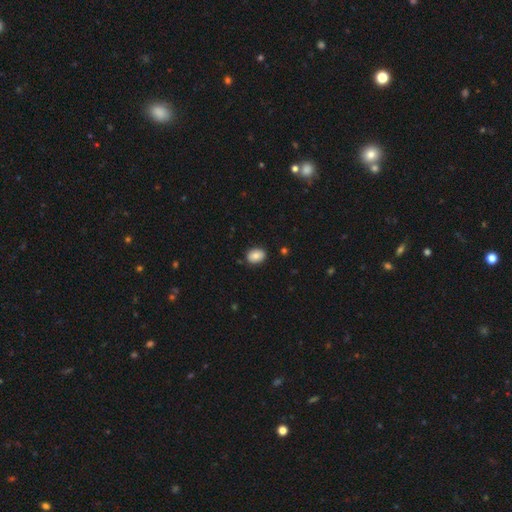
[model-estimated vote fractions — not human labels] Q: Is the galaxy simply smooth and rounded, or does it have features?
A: smooth — 83%.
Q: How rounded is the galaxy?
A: in between — 68%.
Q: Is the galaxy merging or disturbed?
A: none — 86%.